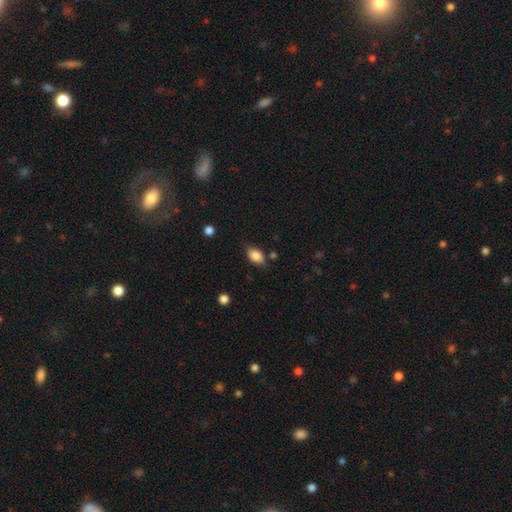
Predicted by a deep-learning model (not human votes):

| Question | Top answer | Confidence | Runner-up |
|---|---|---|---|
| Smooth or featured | smooth | 84% | star or artifact (8%) |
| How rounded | in between | 86% | round (12%) |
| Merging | none | 74% | minor disturbance (19%) |